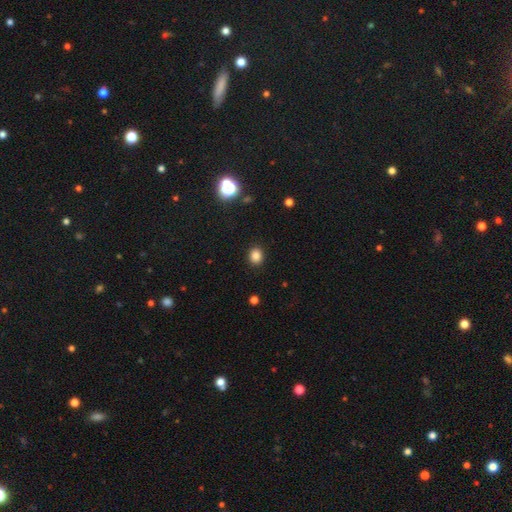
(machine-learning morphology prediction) Smooth or featured? smooth (84%)
How rounded? round (62%)
Merging? none (90%)